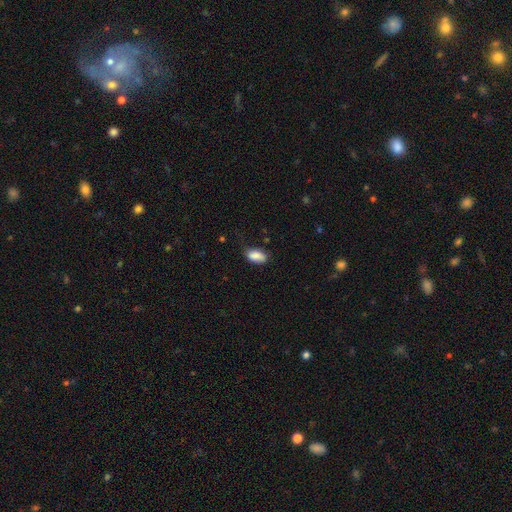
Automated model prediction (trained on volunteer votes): Smooth or featured? Predicted: smooth (p=0.87). How rounded? Predicted: in between (p=0.92). Merging? Predicted: none (p=0.67).